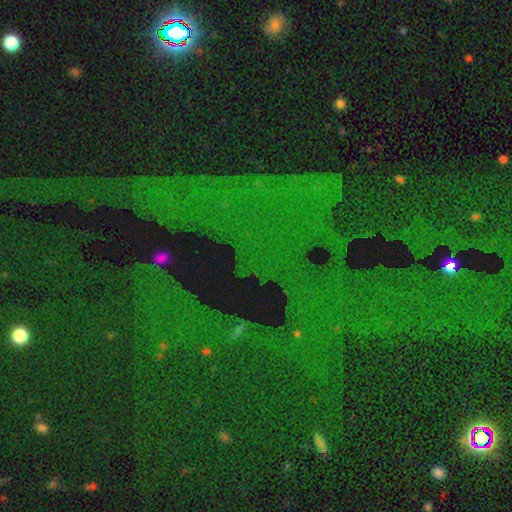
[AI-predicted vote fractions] A star or artifact, not a galaxy (83%).